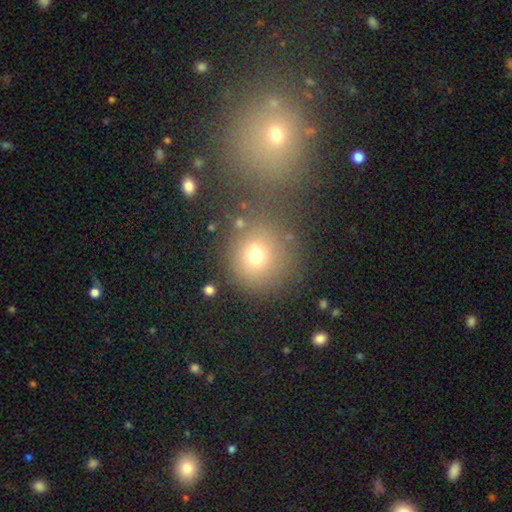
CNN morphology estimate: Overall: smooth (71%). How rounded: round (87%). Merging: none (67%).